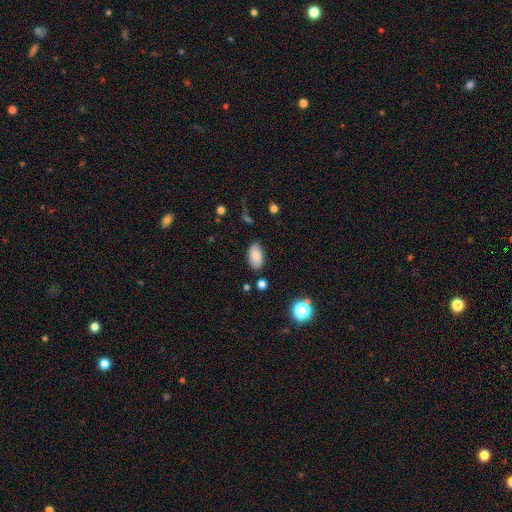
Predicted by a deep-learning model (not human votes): Q: Smooth or featured?
A: smooth (86%); runner-up: star or artifact (9%)
Q: How rounded?
A: in between (94%); runner-up: round (4%)
Q: Merging?
A: none (84%); runner-up: minor disturbance (12%)